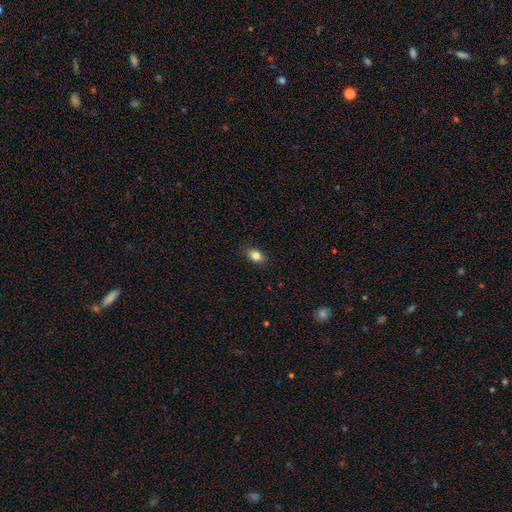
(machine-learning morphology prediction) Smooth or featured: smooth — 83% (star or artifact — 9%)
How rounded: in between — 79% (round — 18%)
Merging: none — 85% (minor disturbance — 12%)